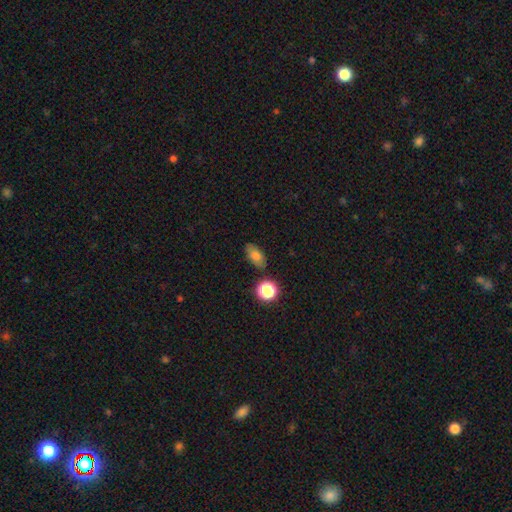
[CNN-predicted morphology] Overall: smooth (74%). How rounded: in between (85%). Merging: none (81%).